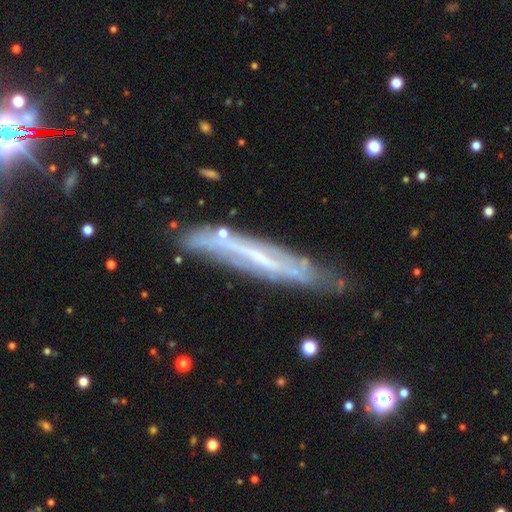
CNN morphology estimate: featured or disk 70%, smooth 22%, star or artifact 8%. Down the decision tree: edge-on disk — yes (67%); merging — none (71%).